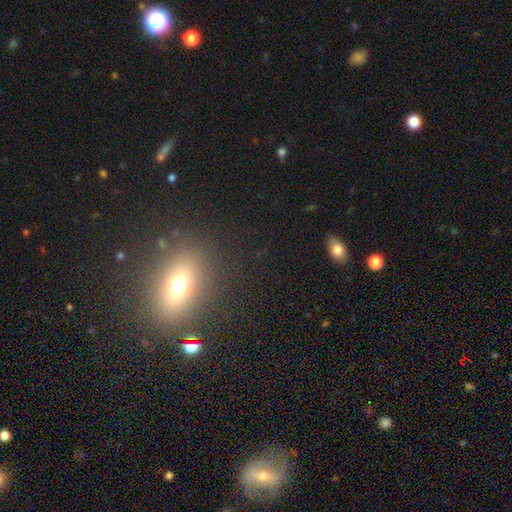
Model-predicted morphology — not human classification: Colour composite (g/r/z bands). It shows a smooth galaxy with no disk features (53%) that is in between round and cigar-shaped (65%). Merging: none (86%).